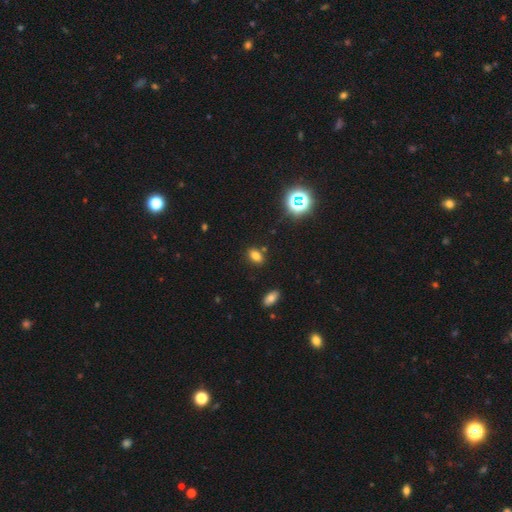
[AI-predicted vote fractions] The model was most divided on "smooth or featured": smooth: 74%, star or artifact: 18%, featured or disk: 7%. More confident: how rounded — in between (83%); merging — none (83%).